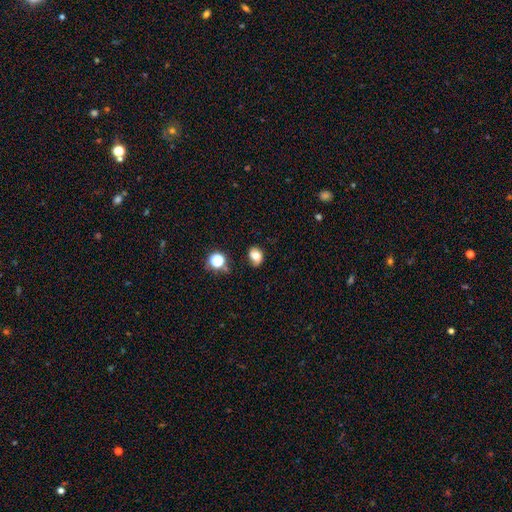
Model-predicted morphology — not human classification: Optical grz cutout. It shows a smooth galaxy with no disk features (75%) that is in between round and cigar-shaped (56%). Merging: none (66%).